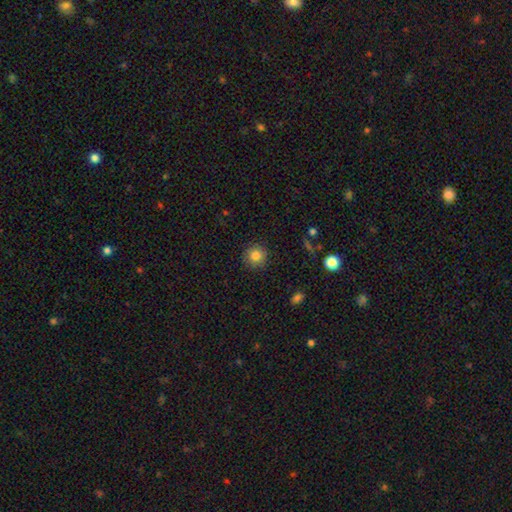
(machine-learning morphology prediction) Smooth or featured? smooth (82%)
How rounded? round (94%)
Merging? none (90%)